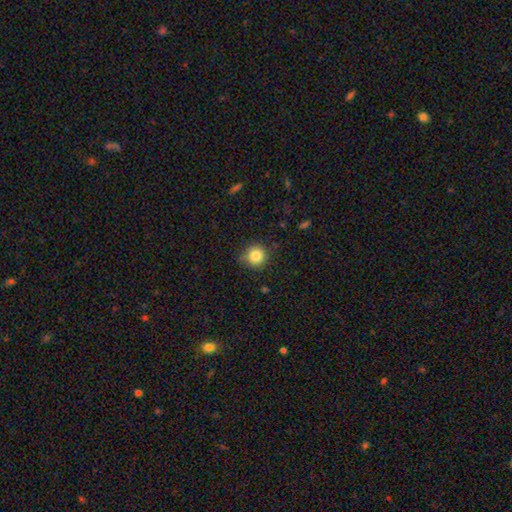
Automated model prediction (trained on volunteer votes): This appears to be a smooth galaxy with no disk features (84%) that is round (93%). Merging: none (82%).